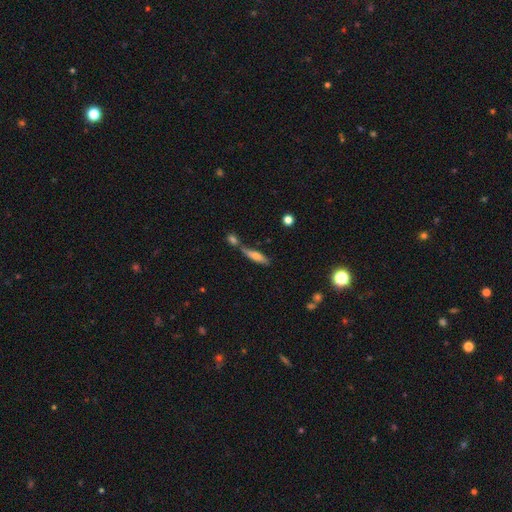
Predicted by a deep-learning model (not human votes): Smooth or featured?
  - smooth: 63% *
  - featured or disk: 29%
  - star or artifact: 8%
How rounded?
  - cigar-shaped: 68% *
  - in between: 29%
  - round: 2%
Merging?
  - none: 52% *
  - merger: 30%
  - minor disturbance: 13%
  - major disturbance: 4%